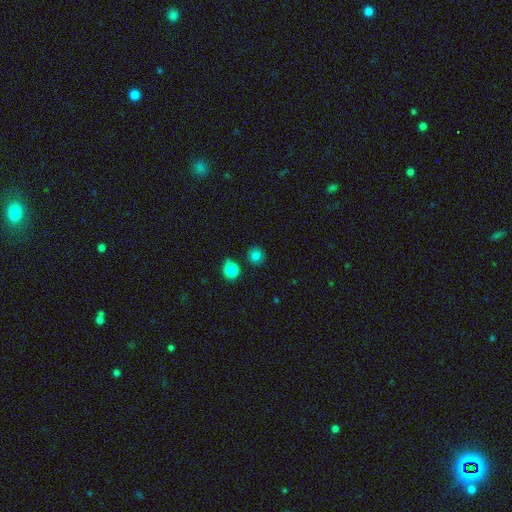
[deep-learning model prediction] Morphology: type=smooth (81%); roundness=round (92%); merging=none (86%).